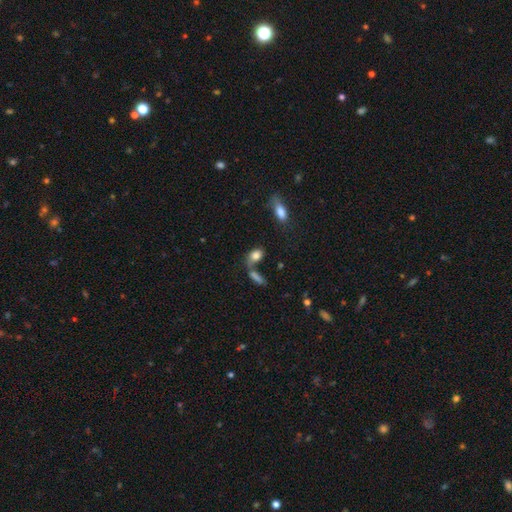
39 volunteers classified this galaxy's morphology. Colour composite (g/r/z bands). It shows a smooth galaxy with no disk features (69%) that is in between round and cigar-shaped (74%). Merging: merger (39%).